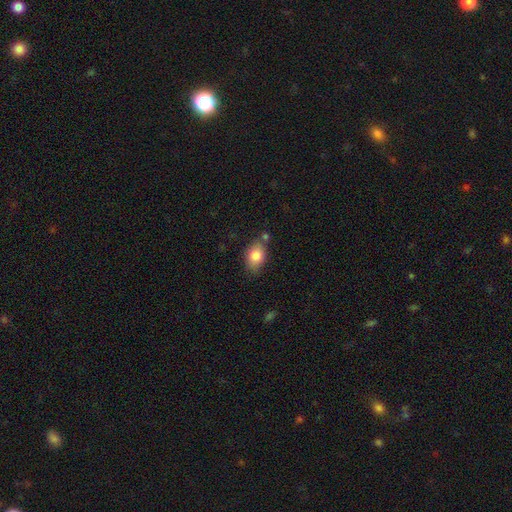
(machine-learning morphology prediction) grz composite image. It shows a smooth galaxy with no disk features (84%) that is in between round and cigar-shaped (82%). Merging: none (67%).